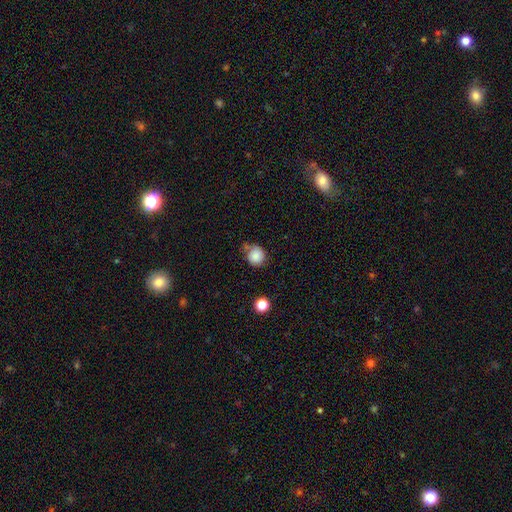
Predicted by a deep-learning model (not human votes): This is clearly a smooth galaxy (83%). How rounded: clearly round (86%). Merging: likely none (61%).